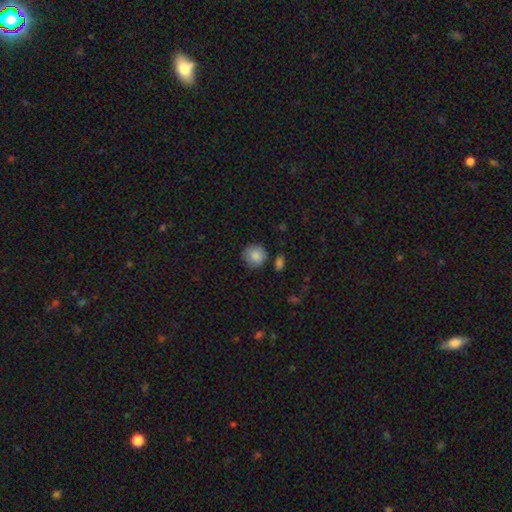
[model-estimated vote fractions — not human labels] This appears to be a smooth galaxy with no disk features (86%) that is round (91%). Merging: none (80%).